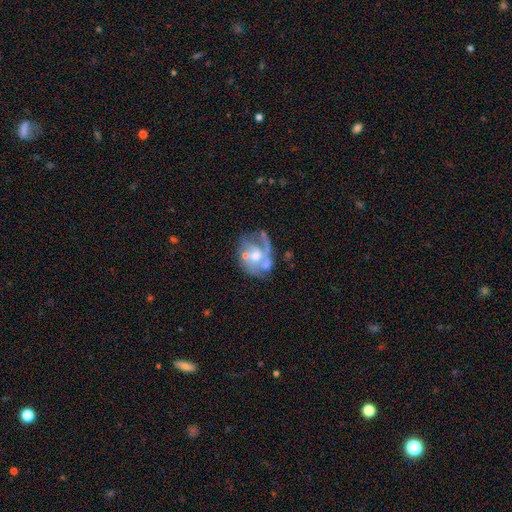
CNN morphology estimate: This is likely a featured or disk galaxy (75%). It is clearly not viewed edge-on (98%). Bar: likely no (74%). Spiral arm pattern: likely yes (69%). Spiral arm count: marginally 1 (28%, tied with 2). Spiral winding: marginally medium (41%). Central bulge: possibly moderate (58%). Merging: marginally none (41%).